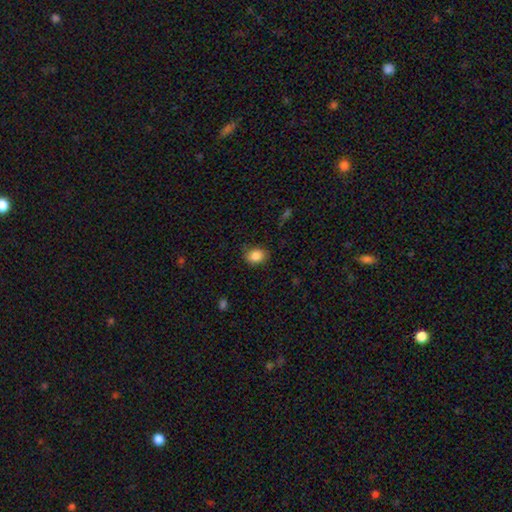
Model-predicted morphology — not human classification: A smooth galaxy with no disk features (86%) that is in between round and cigar-shaped (54%). Merging: none (81%).